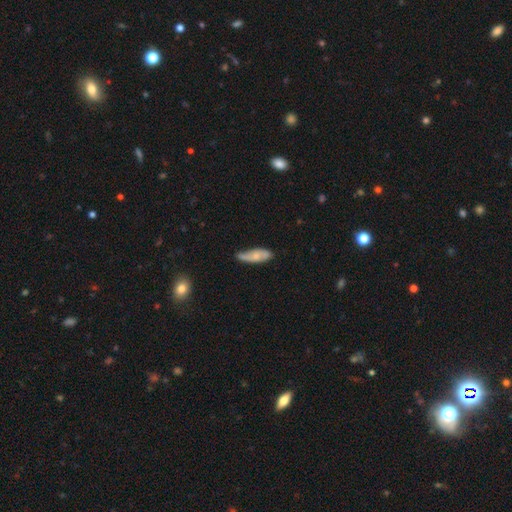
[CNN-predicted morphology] Smooth or featured? Predicted: smooth (p=0.58). How rounded? Predicted: in between (p=0.61). Merging? Predicted: none (p=0.57).